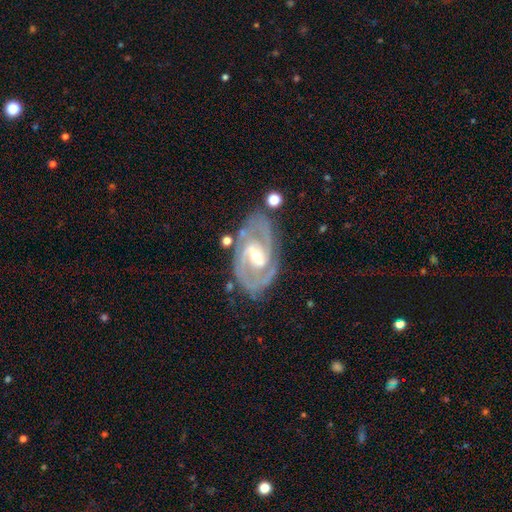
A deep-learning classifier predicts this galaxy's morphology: Smooth or featured: featured or disk — 90% (smooth — 5%)
Edge-on disk: no — 96% (yes — 4%)
Bar: weak — 49% (strong — 30%)
Spiral arms: yes — 97% (no — 3%)
Spiral winding: tight — 50% (medium — 43%)
Spiral arm count: 2 — 75% (3 — 11%)
Bulge size: moderate — 49% (small — 46%)
Merging: none — 75% (minor disturbance — 16%)